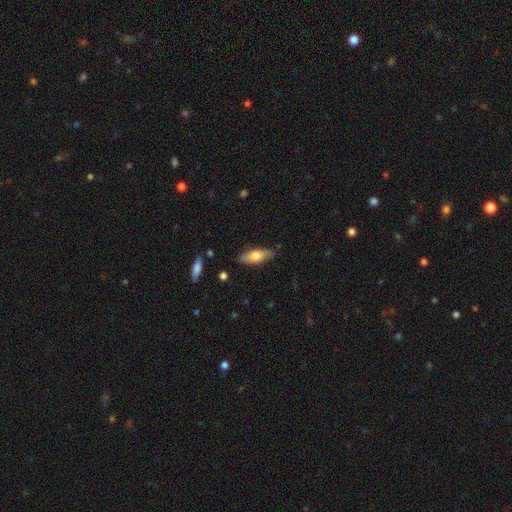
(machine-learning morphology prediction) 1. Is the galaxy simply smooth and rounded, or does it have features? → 69% smooth, 25% featured or disk, 6% star or artifact.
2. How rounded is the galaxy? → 69% in between, 28% cigar-shaped, 2% round.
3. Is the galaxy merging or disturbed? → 84% none, 12% minor disturbance, 2% major disturbance, 1% merger.